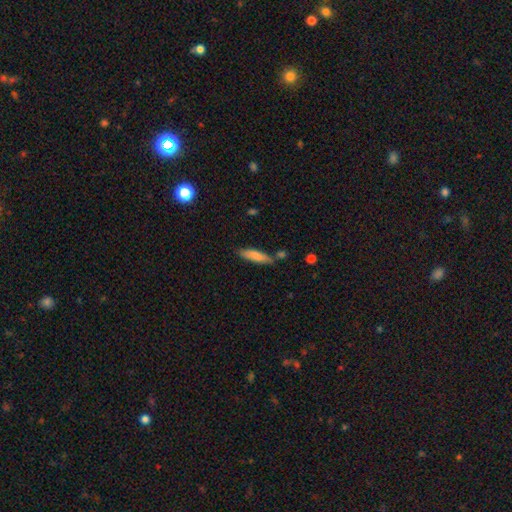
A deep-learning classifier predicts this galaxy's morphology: A smooth galaxy with no disk features (79%) that is cigar-shaped (67%). Merging: none (68%).